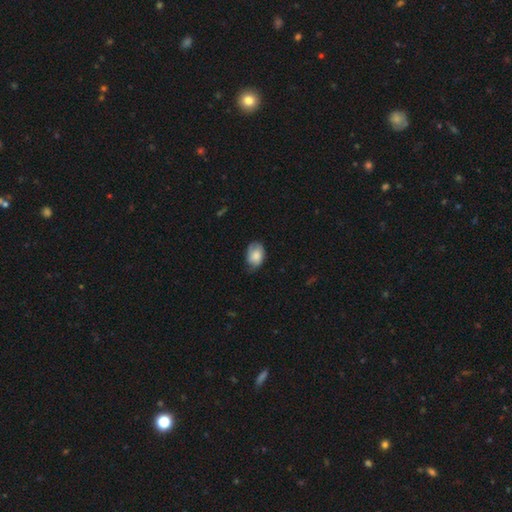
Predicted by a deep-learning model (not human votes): A smooth galaxy with no disk features (77%) that is in between round and cigar-shaped (82%).

Vote fractions:
- Smooth or featured? smooth: 77% / featured or disk: 16% / star or artifact: 7%
- How rounded? in between: 82% / round: 17% / cigar-shaped: 1%
- Merging? none: 56% / minor disturbance: 35% / major disturbance: 8% / merger: 1%